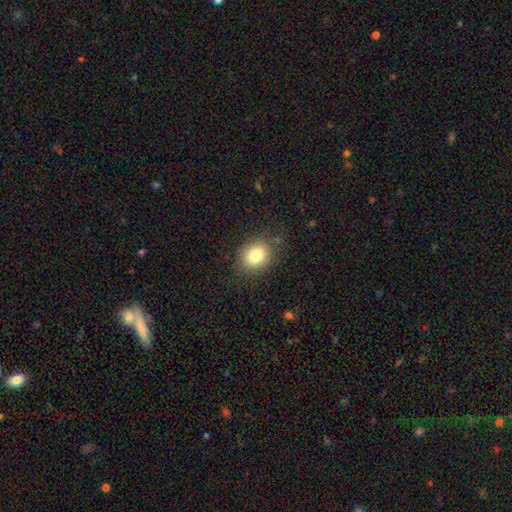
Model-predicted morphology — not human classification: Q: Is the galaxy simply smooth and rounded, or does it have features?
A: smooth — 80%.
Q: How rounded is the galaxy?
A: in between — 52%.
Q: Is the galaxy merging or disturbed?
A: none — 82%.